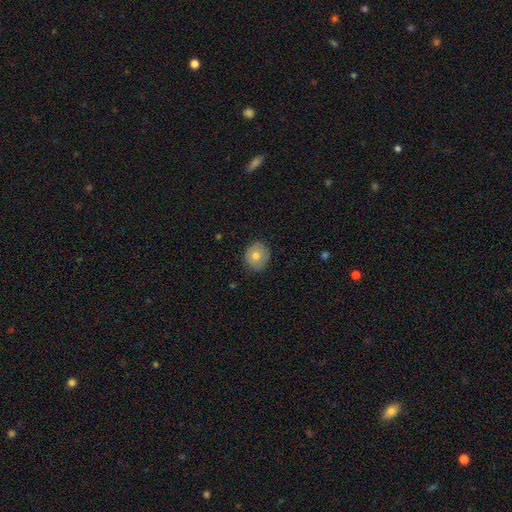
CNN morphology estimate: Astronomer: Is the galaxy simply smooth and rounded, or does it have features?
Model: smooth — 71%.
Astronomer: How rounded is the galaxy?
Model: round — 78%.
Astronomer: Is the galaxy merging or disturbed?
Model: none — 83%.